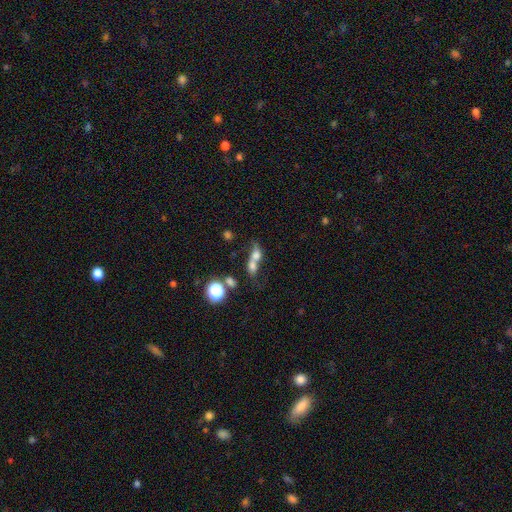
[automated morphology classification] A smooth galaxy with no disk features (61%) that is in between round and cigar-shaped (49%).

Vote fractions:
- Smooth or featured? smooth: 61% / featured or disk: 24% / star or artifact: 15%
- How rounded? in between: 49% / round: 43% / cigar-shaped: 8%
- Merging? merger: 68% / none: 16% / major disturbance: 9% / minor disturbance: 7%